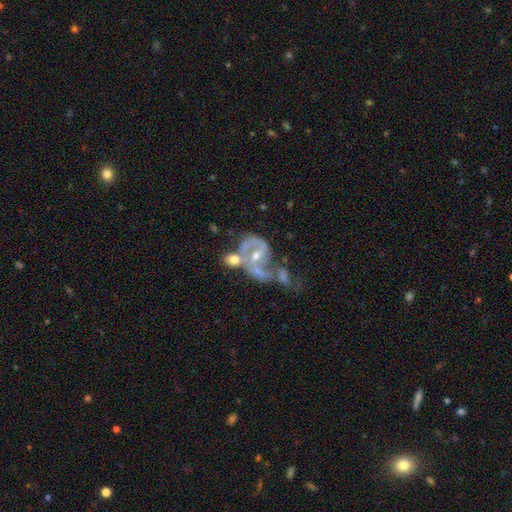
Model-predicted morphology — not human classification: featured or disk 82%, smooth 10%, star or artifact 8%. Down the decision tree: edge-on disk — no (97%); bar — no (52%); spiral arms — yes (82%); spiral arm count — 2 (61%); spiral winding — medium (45%); bulge size — moderate (49%); merging — merger (45%).